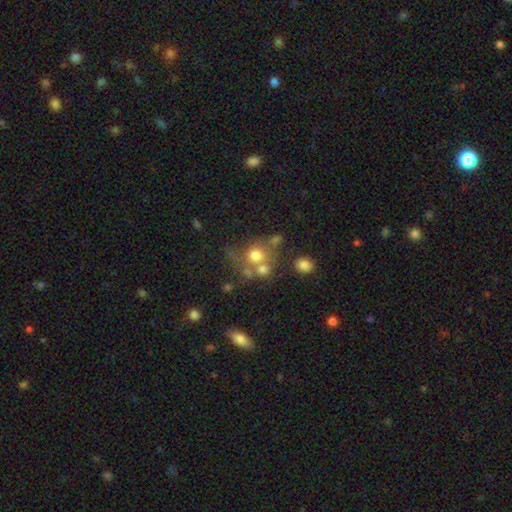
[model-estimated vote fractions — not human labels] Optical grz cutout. It shows a smooth galaxy with no disk features (65%) that is round (78%). Merging: none (39%).